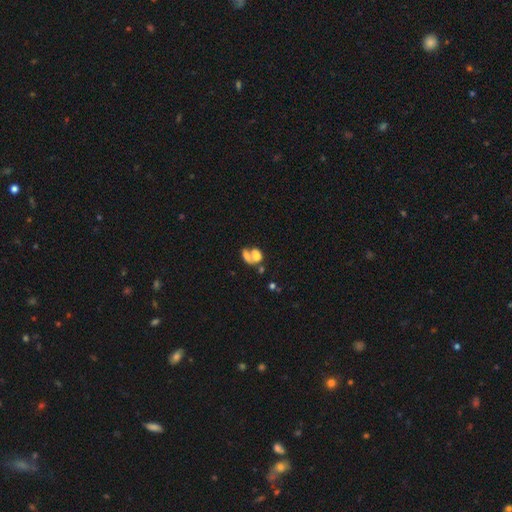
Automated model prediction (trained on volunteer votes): Smooth or featured: smooth — 64% (featured or disk — 22%)
How rounded: in between — 73% (round — 25%)
Merging: merger — 62% (none — 22%)